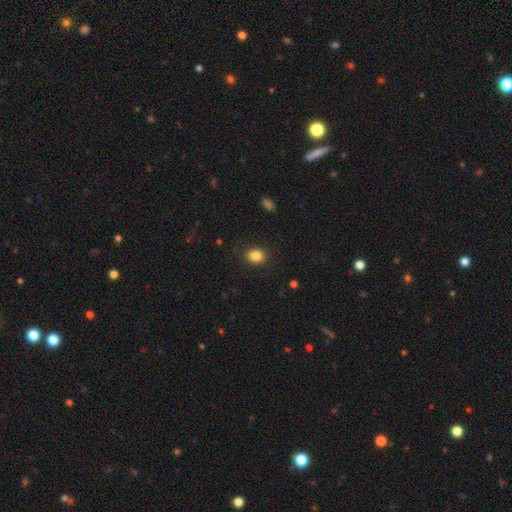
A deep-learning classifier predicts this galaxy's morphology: This is clearly a smooth galaxy (85%). How rounded: possibly round (53%). Merging: clearly none (88%).